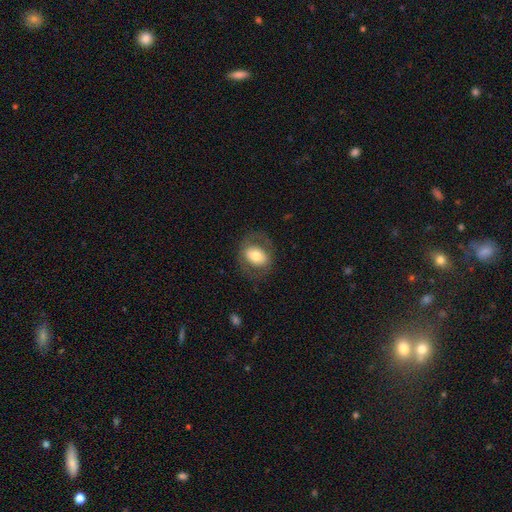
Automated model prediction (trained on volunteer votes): Q: Smooth or featured?
A: smooth (61%); runner-up: featured or disk (32%)
Q: How rounded?
A: in between (61%); runner-up: round (38%)
Q: Merging?
A: none (73%); runner-up: minor disturbance (14%)